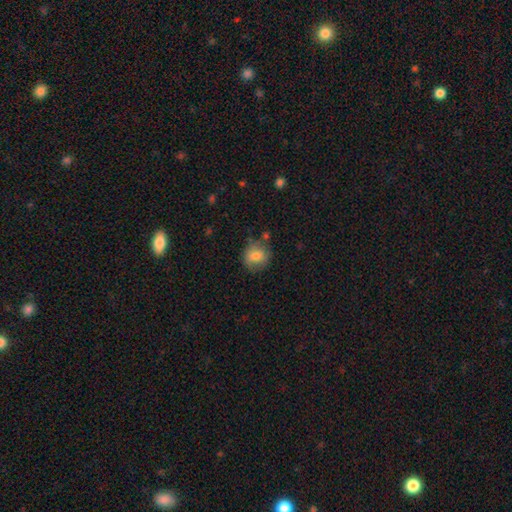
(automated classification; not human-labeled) Morphology: type=smooth (77%); roundness=round (77%); merging=none (68%).